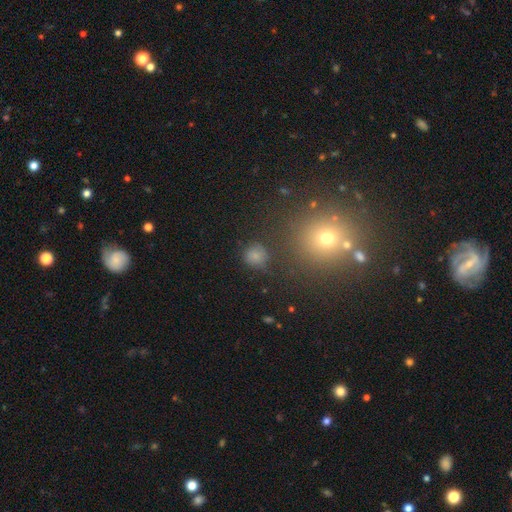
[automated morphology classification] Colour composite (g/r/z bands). It shows a smooth galaxy with no disk features (75%) that is round (90%). Merging: none (77%).